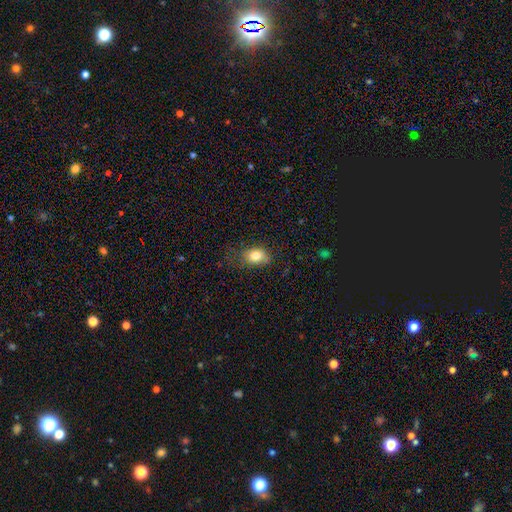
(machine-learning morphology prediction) smooth_or_featured: smooth (p=0.80) [alt: featured or disk p=0.11]
how_rounded: in between (p=0.78) [alt: round p=0.20]
merging: none (p=0.57) [alt: minor disturbance p=0.29]